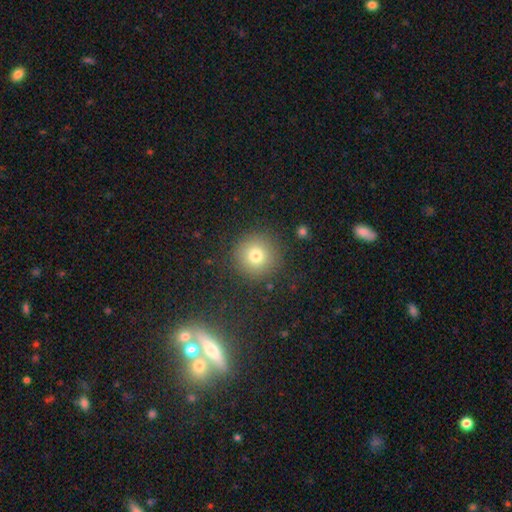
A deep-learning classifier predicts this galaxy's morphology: Smooth or featured?
  - smooth: 75% *
  - star or artifact: 14%
  - featured or disk: 10%
How rounded?
  - round: 95% *
  - in between: 4%
  - cigar-shaped: 1%
Merging?
  - none: 88% *
  - minor disturbance: 7%
  - major disturbance: 4%
  - merger: 2%